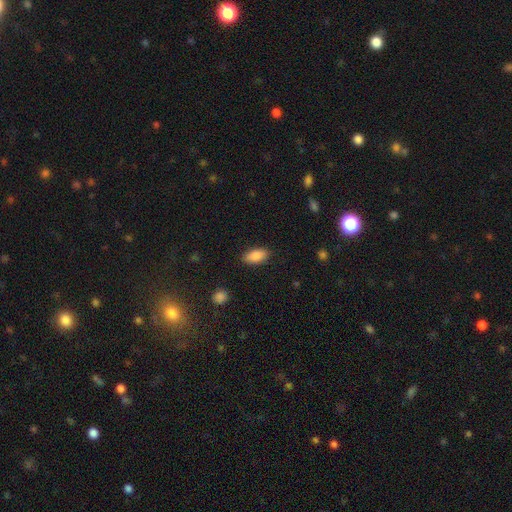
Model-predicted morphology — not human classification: smooth-or-featured: smooth: 88% | star or artifact: 7% | featured or disk: 5%
  how-rounded: in between: 91% | cigar-shaped: 6% | round: 3%
  merging: none: 87% | minor disturbance: 10% | major disturbance: 3% | merger: 1%